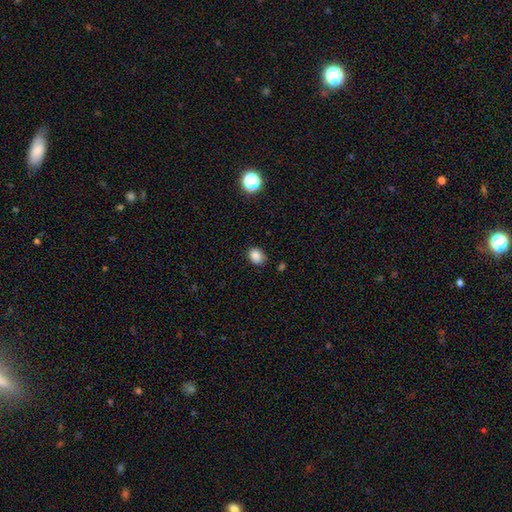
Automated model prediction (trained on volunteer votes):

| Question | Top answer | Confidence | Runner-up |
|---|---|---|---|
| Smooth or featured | smooth | 86% | star or artifact (11%) |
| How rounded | in between | 54% | round (45%) |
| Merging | none | 82% | minor disturbance (13%) |